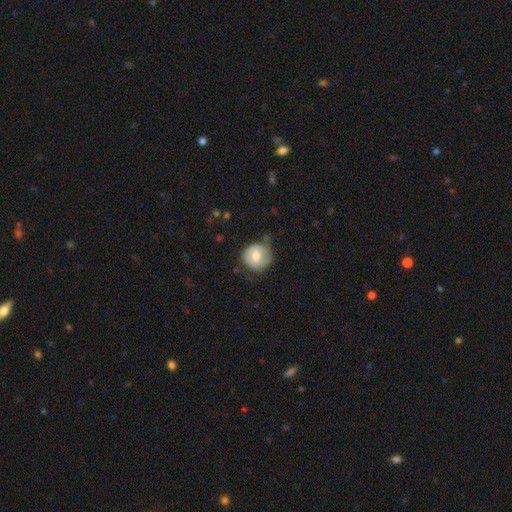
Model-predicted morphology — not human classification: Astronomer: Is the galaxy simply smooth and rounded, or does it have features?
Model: smooth — 54% (runner-up: featured or disk, 40%).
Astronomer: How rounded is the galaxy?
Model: round — 86%.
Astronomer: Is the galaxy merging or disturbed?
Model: none — 68%.